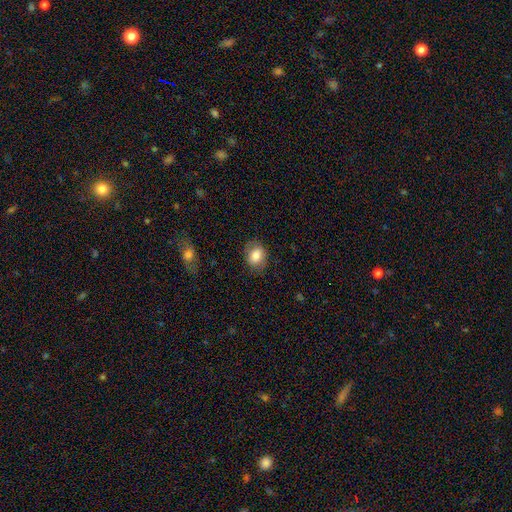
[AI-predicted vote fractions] smooth-or-featured: smooth: 82% | featured or disk: 10% | star or artifact: 8%
  how-rounded: in between: 59% | round: 40% | cigar-shaped: 1%
  merging: none: 81% | minor disturbance: 14% | major disturbance: 4% | merger: 1%